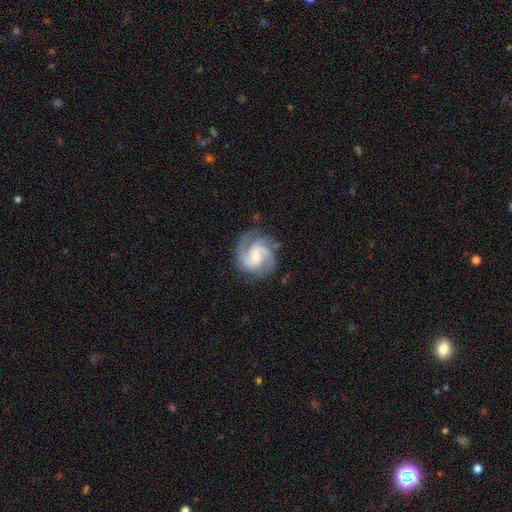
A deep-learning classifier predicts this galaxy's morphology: Smooth or featured? Predicted: featured or disk (p=0.89). Edge-on disk? Predicted: no (p=0.98). Bar? Predicted: weak (p=0.48). Spiral arms? Predicted: yes (p=0.98). Spiral winding? Predicted: medium (p=0.55). Spiral arm count? Predicted: 2 (p=0.60). Bulge size? Predicted: small (p=0.57). Merging? Predicted: none (p=0.76).